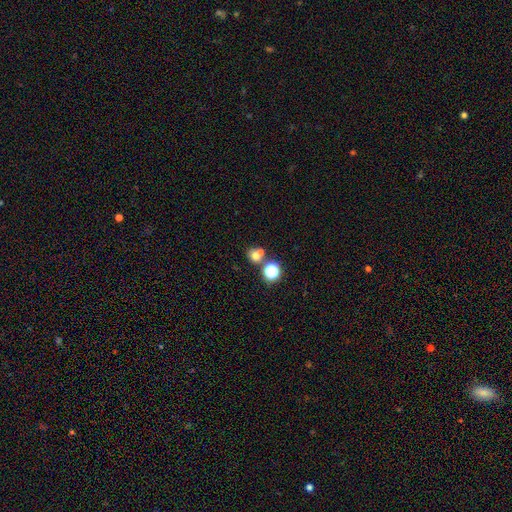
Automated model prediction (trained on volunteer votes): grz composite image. It shows a smooth galaxy with no disk features (67%) that is round (80%). Merging: none (51%).